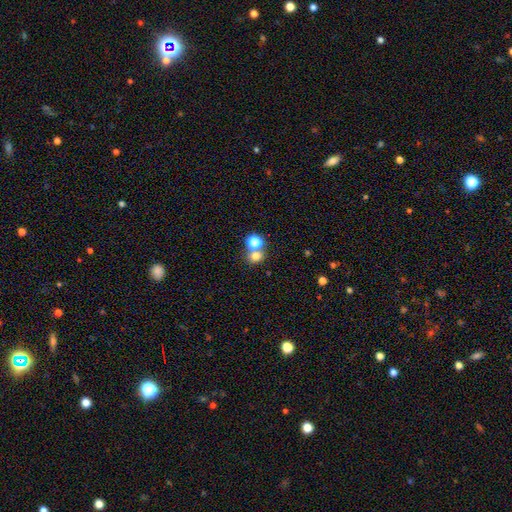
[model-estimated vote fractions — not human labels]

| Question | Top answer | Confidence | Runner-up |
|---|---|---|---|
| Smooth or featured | smooth | 73% | star or artifact (18%) |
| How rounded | round | 71% | in between (28%) |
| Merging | none | 50% | merger (39%) |